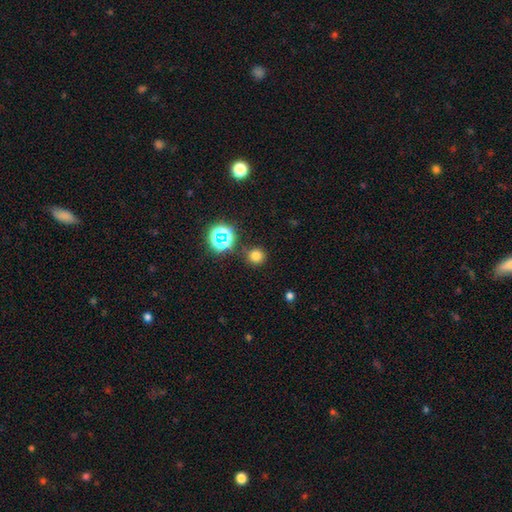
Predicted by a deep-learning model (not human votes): Morphology: type=smooth (72%); roundness=round (93%); merging=none (87%).